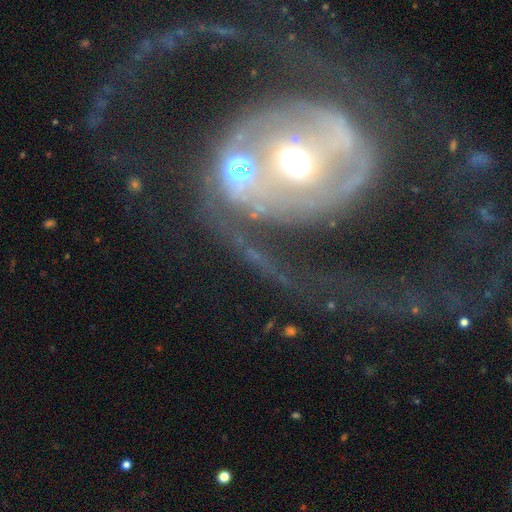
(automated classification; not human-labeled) smooth-or-featured: featured or disk: 80% | smooth: 11% | star or artifact: 9%
  disk-edge-on: no: 96% | yes: 4%
    bar: no: 53% | weak: 28% | strong: 20%
    has-spiral-arms: yes: 82% | no: 18%
      spiral-winding: medium: 39% | loose: 35% | tight: 26%
      spiral-arm-count: 2: 61% | can't tell: 14% | 1: 12% | 3: 6% | 4: 3% | more than 4: 3%
    bulge-size: moderate: 68% | small: 14% | large: 13% | dominant: 3% | none: 2%
  merging: major disturbance: 33% | none: 32% | merger: 21% | minor disturbance: 14%